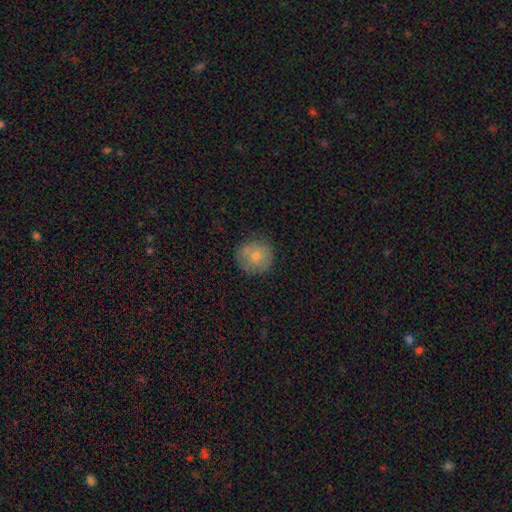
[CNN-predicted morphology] Smooth or featured?
  - smooth: 71% *
  - featured or disk: 21%
  - star or artifact: 8%
How rounded?
  - round: 91% *
  - in between: 8%
  - cigar-shaped: 1%
Merging?
  - none: 71% *
  - minor disturbance: 19%
  - major disturbance: 6%
  - merger: 4%